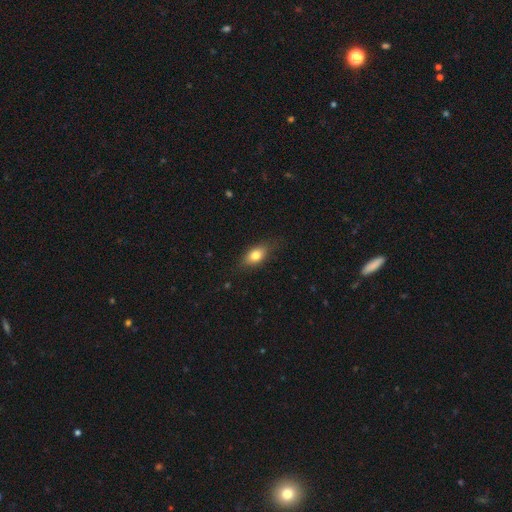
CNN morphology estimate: smooth 76%, featured or disk 16%, star or artifact 8%. Down the decision tree: how rounded — in between (80%); merging — none (77%).